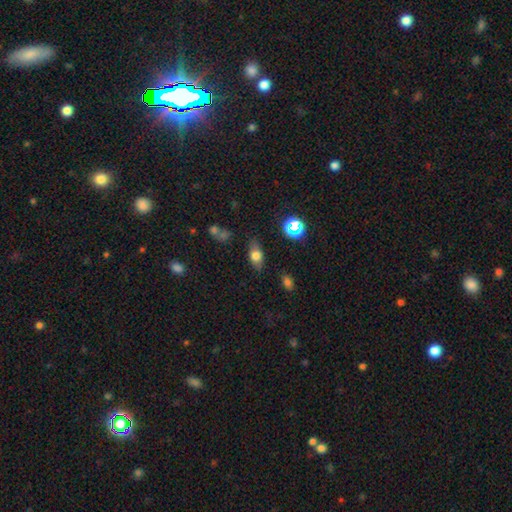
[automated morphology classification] type=smooth (67%); roundness=in between (77%); merging=none (78%).